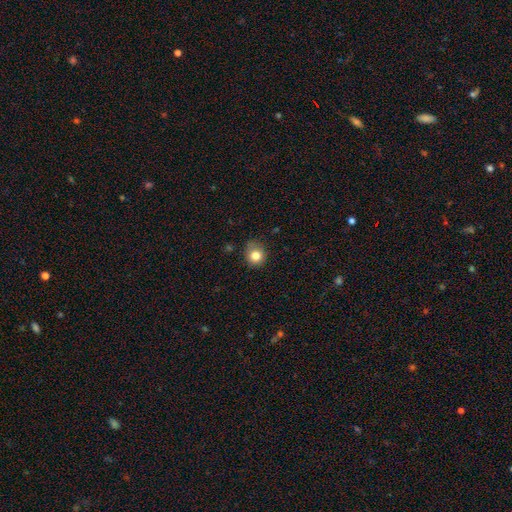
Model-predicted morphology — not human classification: type=smooth (81%); roundness=round (78%); merging=none (74%).